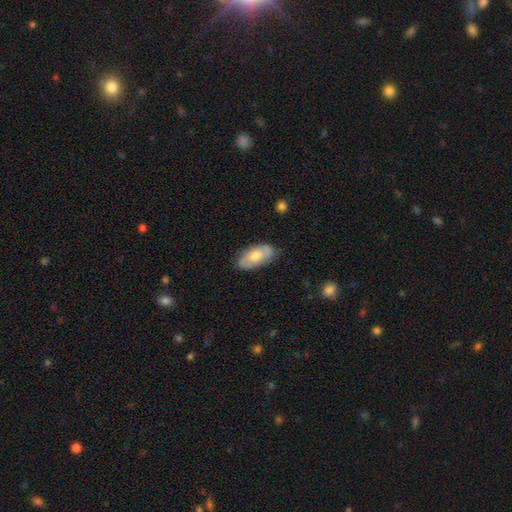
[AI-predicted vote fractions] Morphology: type=smooth (59%); roundness=in between (91%); merging=none (81%).